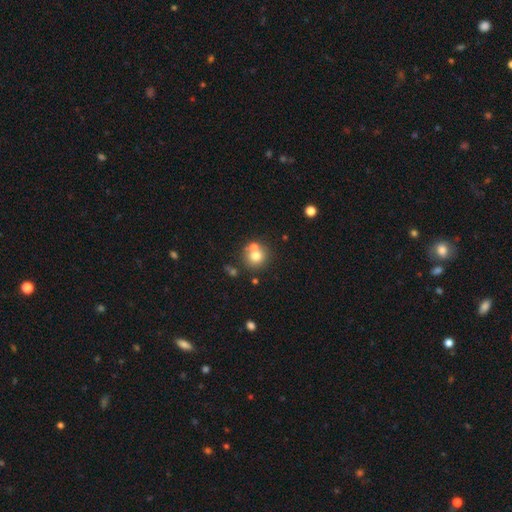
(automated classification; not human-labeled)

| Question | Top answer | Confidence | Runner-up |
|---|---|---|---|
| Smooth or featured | smooth | 71% | featured or disk (17%) |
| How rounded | round | 89% | in between (10%) |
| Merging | none | 58% | merger (31%) |